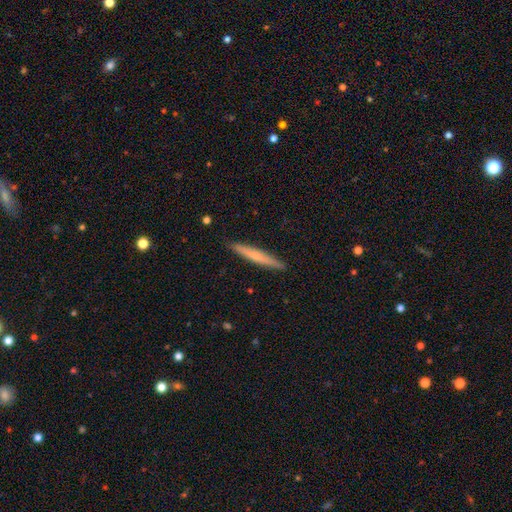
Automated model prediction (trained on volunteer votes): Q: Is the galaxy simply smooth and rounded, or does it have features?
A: smooth — 58%.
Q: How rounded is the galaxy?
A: cigar-shaped — 96%.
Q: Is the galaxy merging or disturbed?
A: none — 91%.